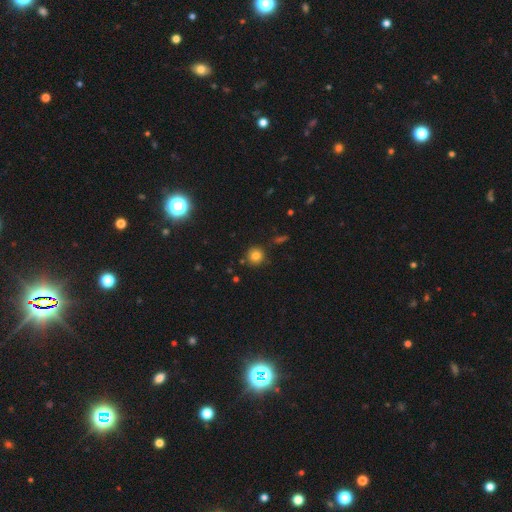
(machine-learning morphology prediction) Q: Smooth or featured?
A: smooth (80%); runner-up: star or artifact (13%)
Q: How rounded?
A: round (94%); runner-up: in between (5%)
Q: Merging?
A: none (86%); runner-up: minor disturbance (8%)